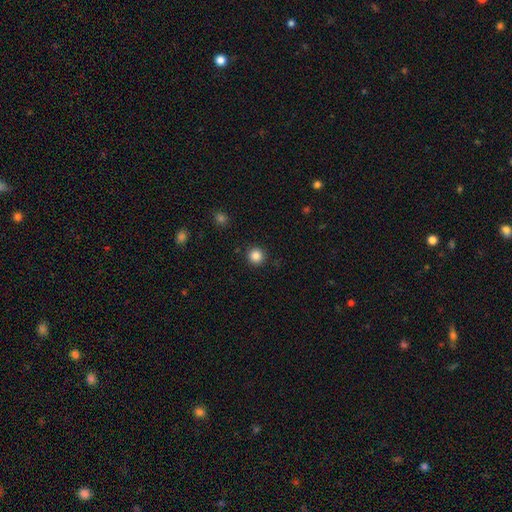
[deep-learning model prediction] smooth_or_featured: smooth (p=0.86) [alt: star or artifact p=0.11]
how_rounded: round (p=0.95) [alt: in between p=0.04]
merging: none (p=0.91) [alt: minor disturbance p=0.05]